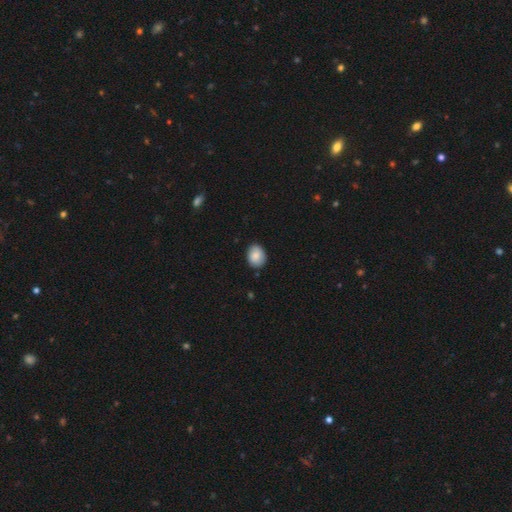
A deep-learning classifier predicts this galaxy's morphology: smooth 85%, featured or disk 8%, star or artifact 7%. Down the decision tree: how rounded — in between (53%); merging — none (85%).